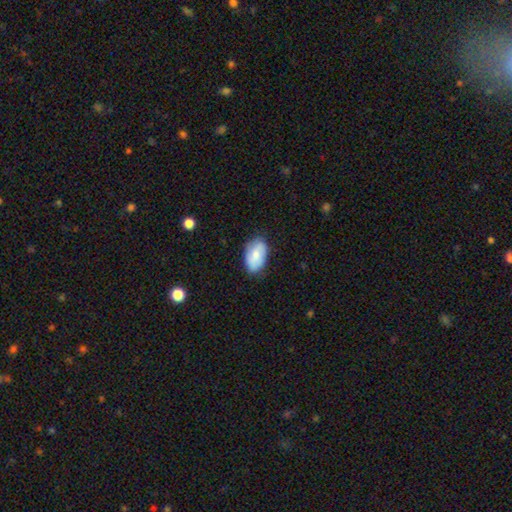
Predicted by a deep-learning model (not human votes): smooth_or_featured: smooth (p=0.77) [alt: featured or disk p=0.17]
how_rounded: in between (p=0.93) [alt: round p=0.06]
merging: none (p=0.74) [alt: minor disturbance p=0.21]